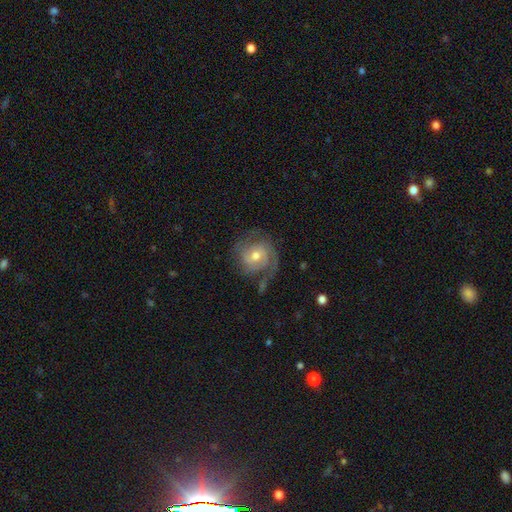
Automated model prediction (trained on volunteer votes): Q: Smooth or featured?
A: featured or disk (81%); runner-up: smooth (13%)
Q: Edge-on disk?
A: no (98%); runner-up: yes (2%)
Q: Bar?
A: no (58%); runner-up: weak (35%)
Q: Spiral arms?
A: yes (95%); runner-up: no (5%)
Q: Spiral winding?
A: tight (51%); runner-up: medium (37%)
Q: Spiral arm count?
A: 2 (58%); runner-up: can't tell (15%)
Q: Bulge size?
A: moderate (71%); runner-up: small (22%)
Q: Merging?
A: none (64%); runner-up: minor disturbance (20%)